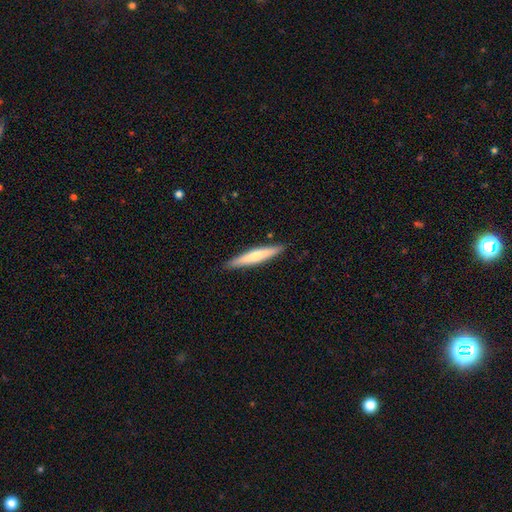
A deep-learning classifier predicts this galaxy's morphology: Q: Smooth or featured?
A: smooth (54%); runner-up: featured or disk (40%)
Q: How rounded?
A: cigar-shaped (93%); runner-up: in between (6%)
Q: Merging?
A: none (90%); runner-up: minor disturbance (8%)